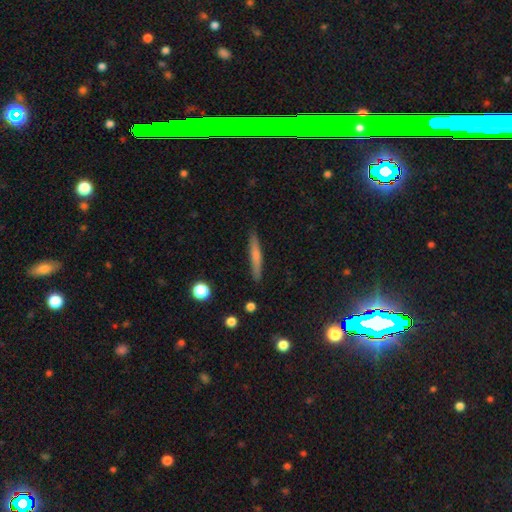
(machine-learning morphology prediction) Q: Smooth or featured?
A: smooth (59%); runner-up: featured or disk (34%)
Q: How rounded?
A: cigar-shaped (93%); runner-up: in between (5%)
Q: Merging?
A: none (89%); runner-up: minor disturbance (8%)